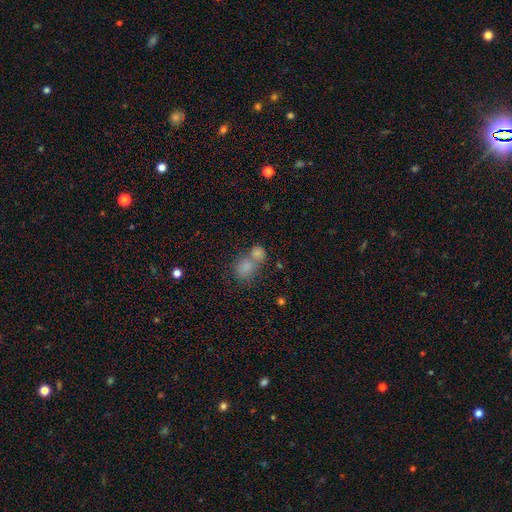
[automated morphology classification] Overall: smooth (78%). How rounded: round (59%; in between 40%). Merging: merger (56%; none 32%).